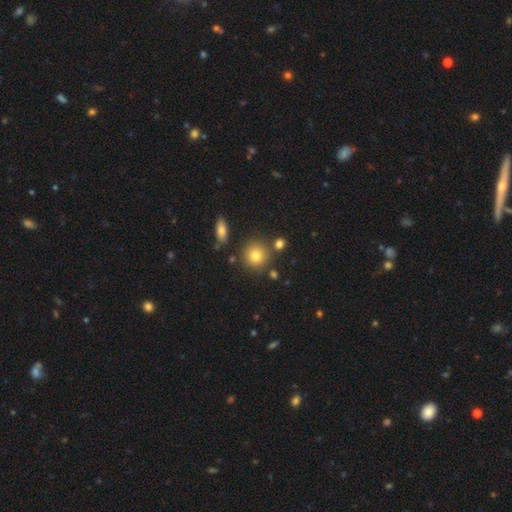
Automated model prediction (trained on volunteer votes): Smooth or featured?
  - smooth: 80% *
  - star or artifact: 11%
  - featured or disk: 9%
How rounded?
  - round: 89% *
  - in between: 10%
  - cigar-shaped: 1%
Merging?
  - none: 79% *
  - minor disturbance: 10%
  - merger: 8%
  - major disturbance: 3%